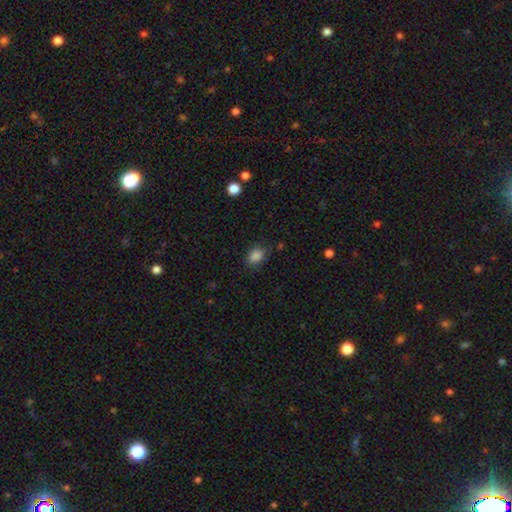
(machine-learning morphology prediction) The model was most divided on "how rounded": in between: 70%, round: 29%, cigar-shaped: 1%. More confident: smooth or featured — smooth (86%); merging — none (78%).